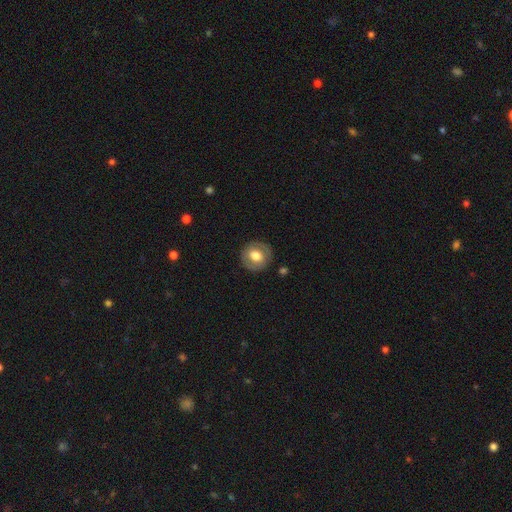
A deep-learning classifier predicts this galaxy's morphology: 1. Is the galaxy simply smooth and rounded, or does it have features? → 63% smooth, 30% featured or disk, 7% star or artifact.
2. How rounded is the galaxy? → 87% round, 12% in between, 1% cigar-shaped.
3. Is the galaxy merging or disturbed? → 87% none, 9% minor disturbance, 3% major disturbance, 1% merger.